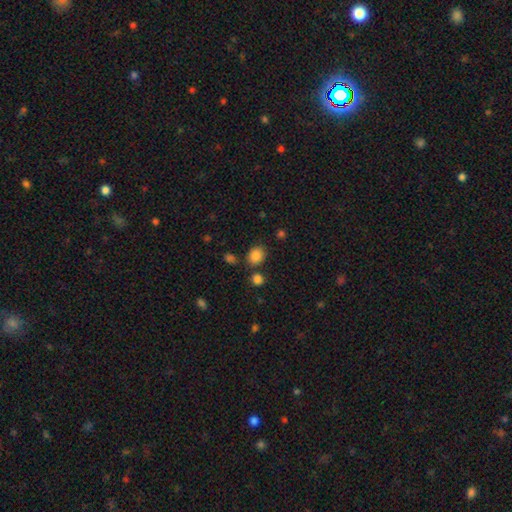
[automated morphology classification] smooth 85%, star or artifact 11%, featured or disk 5%. Down the decision tree: how rounded — round (58%); merging — none (76%).